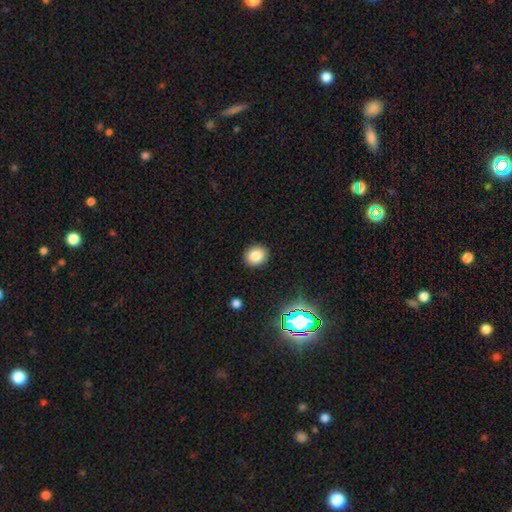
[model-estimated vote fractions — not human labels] Smooth or featured? smooth (81%)
How rounded? round (69%)
Merging? none (90%)